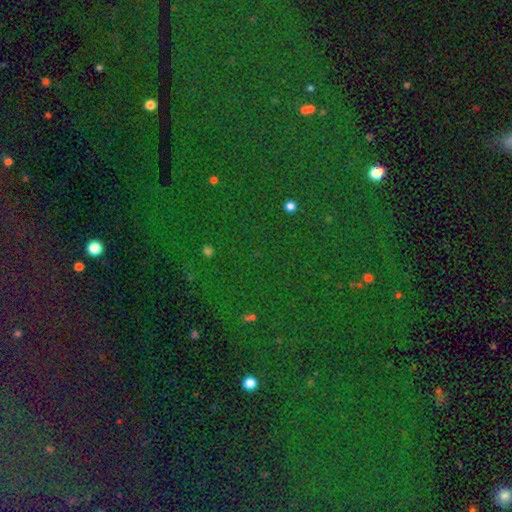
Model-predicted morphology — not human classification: Overall: star or artifact (84%).